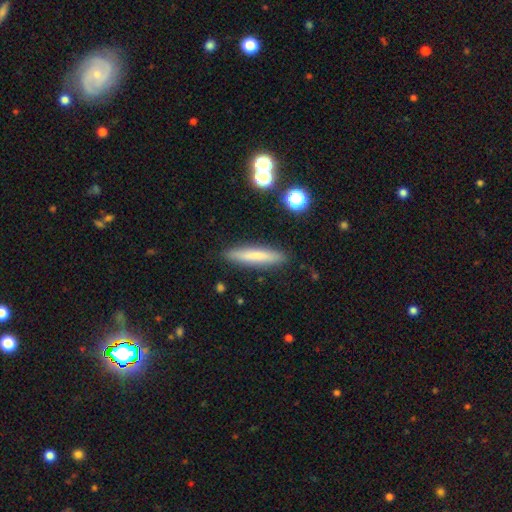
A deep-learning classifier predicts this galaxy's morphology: Smooth or featured?
  - smooth: 70% *
  - featured or disk: 22%
  - star or artifact: 8%
How rounded?
  - cigar-shaped: 90% *
  - in between: 9%
  - round: 1%
Merging?
  - none: 89% *
  - minor disturbance: 7%
  - major disturbance: 2%
  - merger: 2%